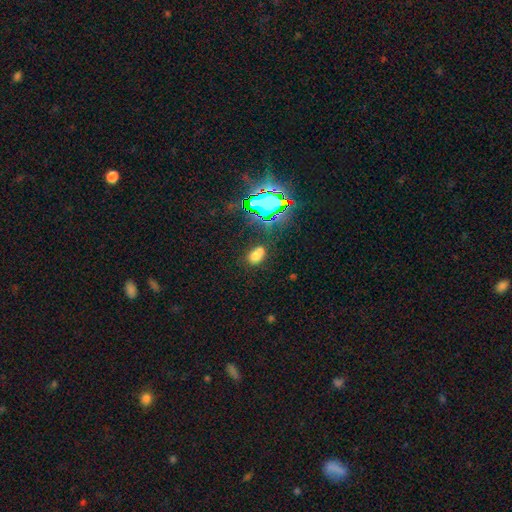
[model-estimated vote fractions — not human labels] smooth_or_featured: smooth (p=0.67) [alt: star or artifact p=0.25]
how_rounded: in between (p=0.81) [alt: round p=0.16]
merging: none (p=0.68) [alt: minor disturbance p=0.15]